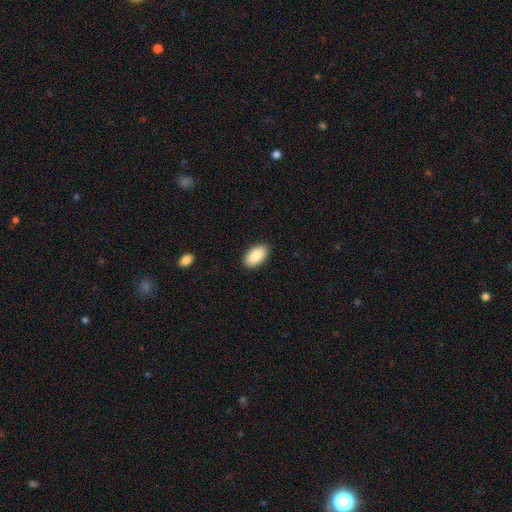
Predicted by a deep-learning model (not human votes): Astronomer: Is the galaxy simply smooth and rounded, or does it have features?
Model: smooth — 88%.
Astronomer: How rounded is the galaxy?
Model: in between — 95%.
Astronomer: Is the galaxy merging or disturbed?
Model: none — 90%.